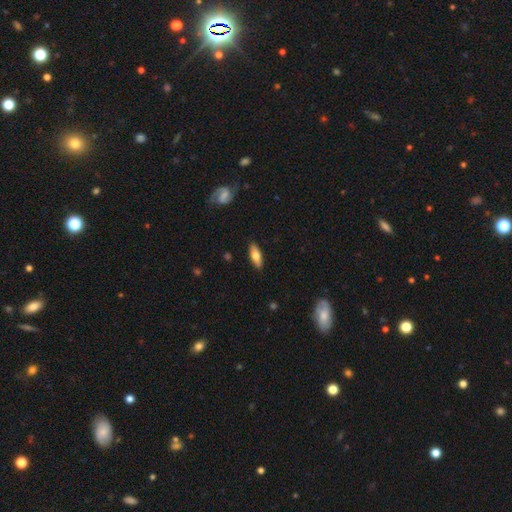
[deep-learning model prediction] A smooth galaxy with no disk features (67%) that is in between round and cigar-shaped (71%).

Vote fractions:
- Smooth or featured? smooth: 67% / featured or disk: 27% / star or artifact: 6%
- How rounded? in between: 71% / cigar-shaped: 27% / round: 2%
- Merging? none: 86% / minor disturbance: 11% / major disturbance: 2% / merger: 1%